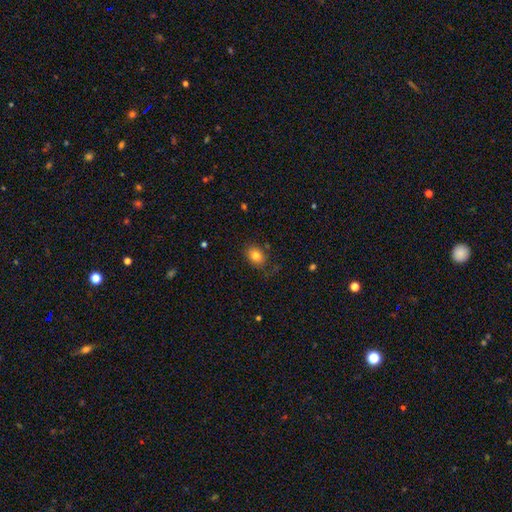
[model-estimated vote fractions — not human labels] Smooth or featured? Predicted: smooth (p=0.82). How rounded? Predicted: in between (p=0.62). Merging? Predicted: none (p=0.78).